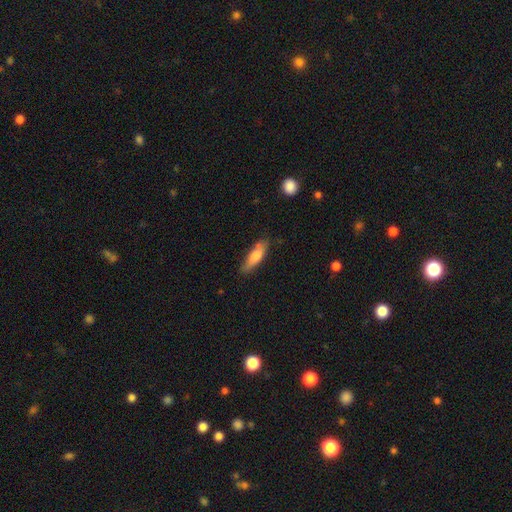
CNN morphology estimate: smooth 74%, featured or disk 20%, star or artifact 6%. Down the decision tree: how rounded — cigar-shaped (59%); merging — none (74%).